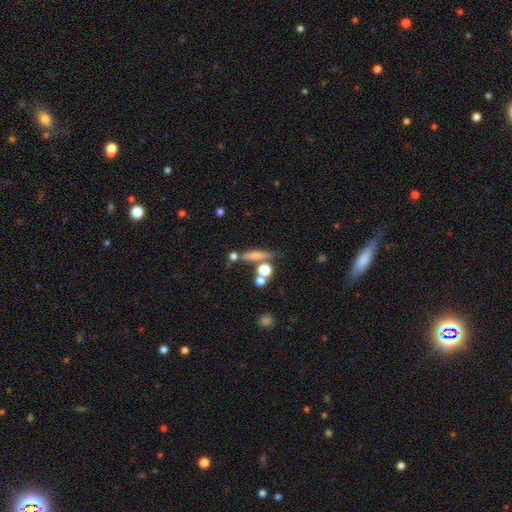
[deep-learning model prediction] Smooth or featured: smooth — 55% (featured or disk — 32%)
How rounded: cigar-shaped — 69% (in between — 19%)
Merging: none — 61% (merger — 19%)